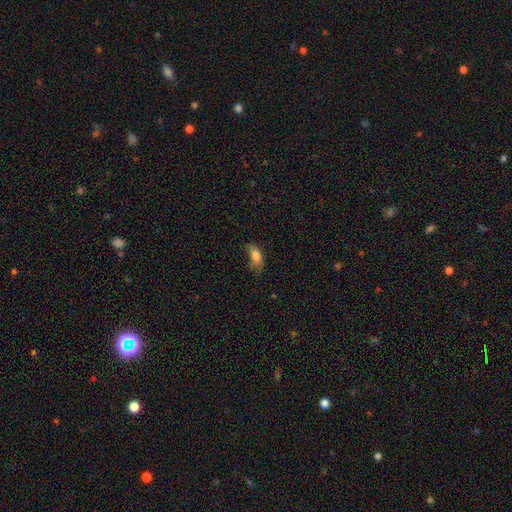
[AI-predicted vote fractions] The model was most divided on "merging": none: 39%, minor disturbance: 36%, major disturbance: 21%, merger: 3%. More confident: how rounded — in between (83%); smooth or featured — smooth (78%).